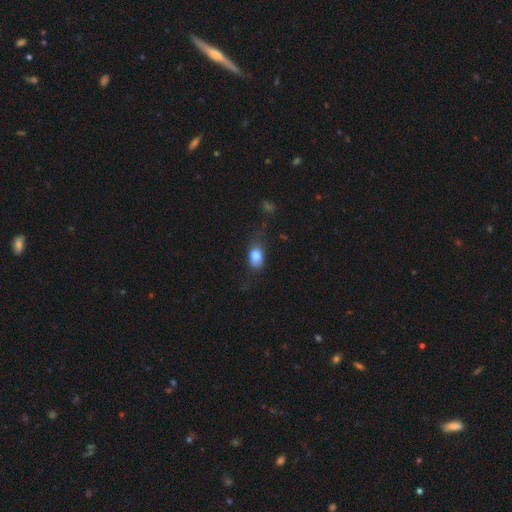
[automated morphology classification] Overall: smooth (82%). How rounded: in between (77%). Merging: none (48%; minor disturbance 31%).